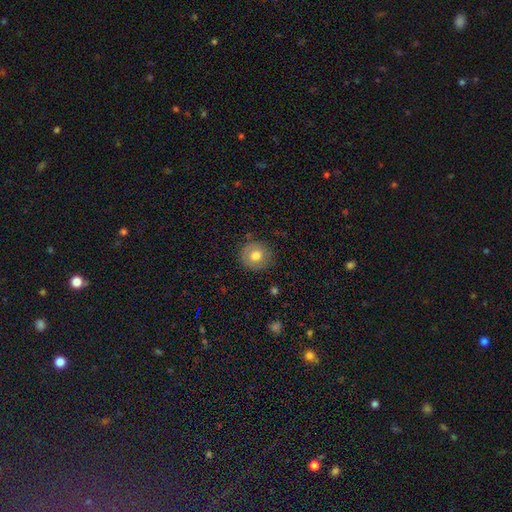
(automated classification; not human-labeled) Q: Smooth or featured?
A: smooth (72%); runner-up: featured or disk (19%)
Q: How rounded?
A: round (92%); runner-up: in between (7%)
Q: Merging?
A: none (87%); runner-up: minor disturbance (9%)